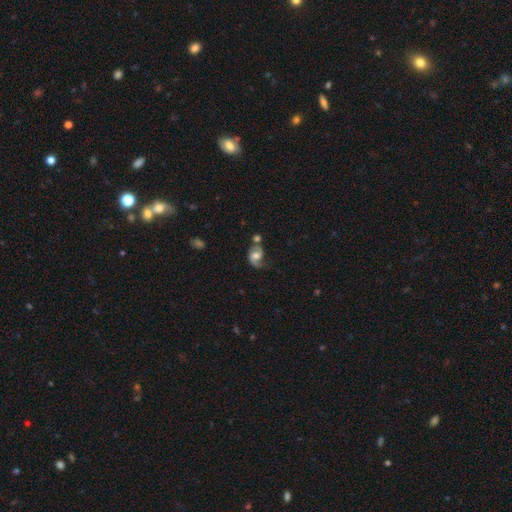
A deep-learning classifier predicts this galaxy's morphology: This appears to be a featured or disk galaxy (74%) with no bar (56%), 2 (69%) medium (46%) spiral arms (92%) and a moderate central bulge (61%). Merging: none (44%).